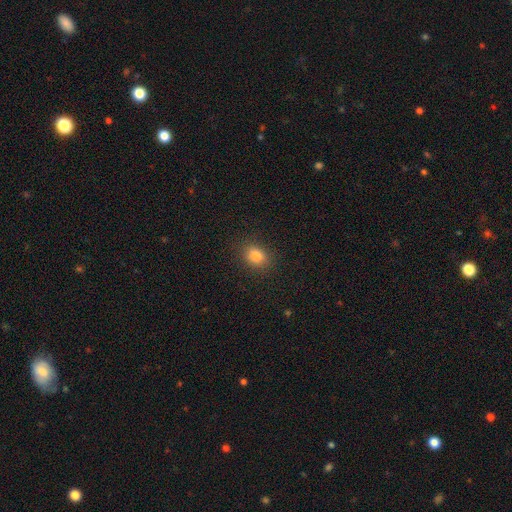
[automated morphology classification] The model was most divided on "how rounded": in between: 56%, round: 43%, cigar-shaped: 1%. More confident: merging — none (87%); smooth or featured — smooth (83%).